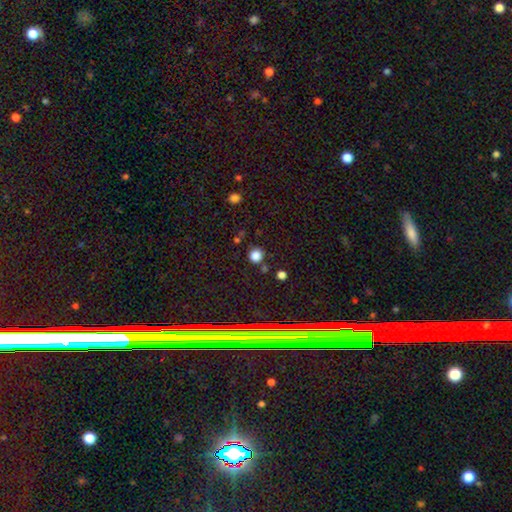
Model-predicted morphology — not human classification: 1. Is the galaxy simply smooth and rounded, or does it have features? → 78% smooth, 17% star or artifact, 5% featured or disk.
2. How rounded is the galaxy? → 88% round, 11% in between, 1% cigar-shaped.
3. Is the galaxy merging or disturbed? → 79% none, 10% minor disturbance, 8% merger, 3% major disturbance.